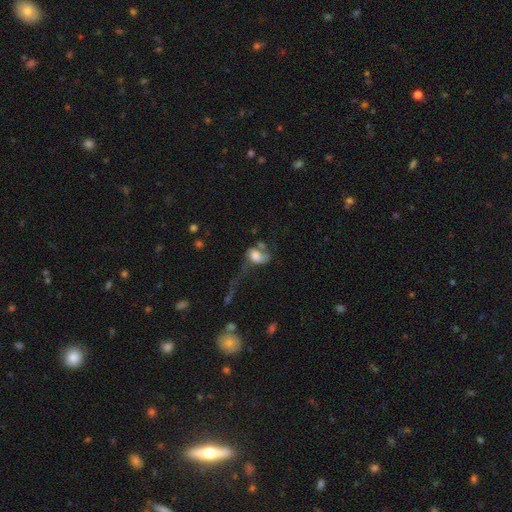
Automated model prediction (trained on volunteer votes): smooth 55%, featured or disk 35%, star or artifact 10%. Down the decision tree: how rounded — in between (76%); merging — major disturbance (48%).